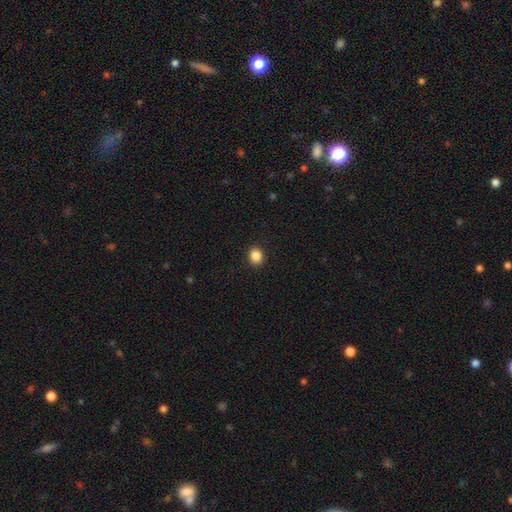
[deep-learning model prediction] The model was most divided on "how rounded": round: 69%, in between: 30%, cigar-shaped: 1%. More confident: merging — none (92%); smooth or featured — smooth (87%).